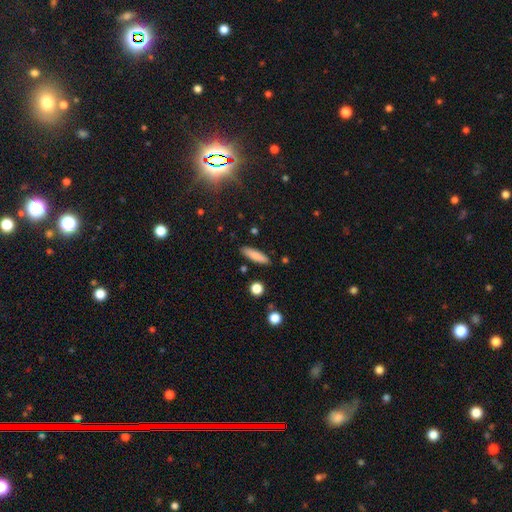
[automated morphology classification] This appears to be a smooth galaxy with no disk features (82%) that is cigar-shaped (72%). Merging: none (87%).